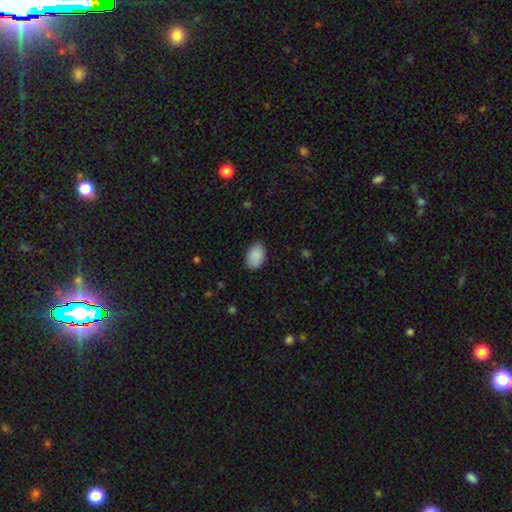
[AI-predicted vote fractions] Smooth or featured? Predicted: smooth (p=0.90). How rounded? Predicted: in between (p=0.91). Merging? Predicted: none (p=0.85).